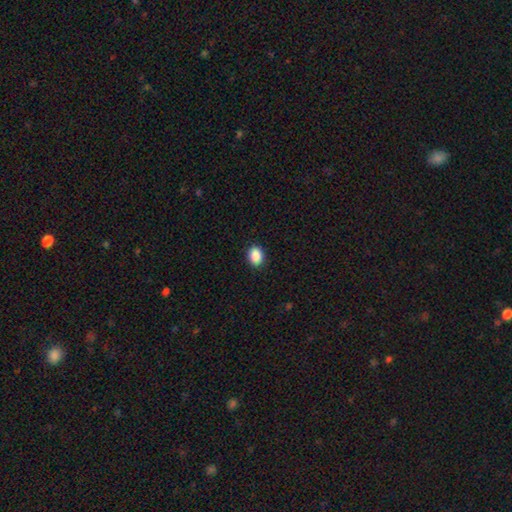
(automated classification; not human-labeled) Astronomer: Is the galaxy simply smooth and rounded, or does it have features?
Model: smooth — 90%.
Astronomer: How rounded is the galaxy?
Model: in between — 70%.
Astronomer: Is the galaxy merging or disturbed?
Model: none — 90%.